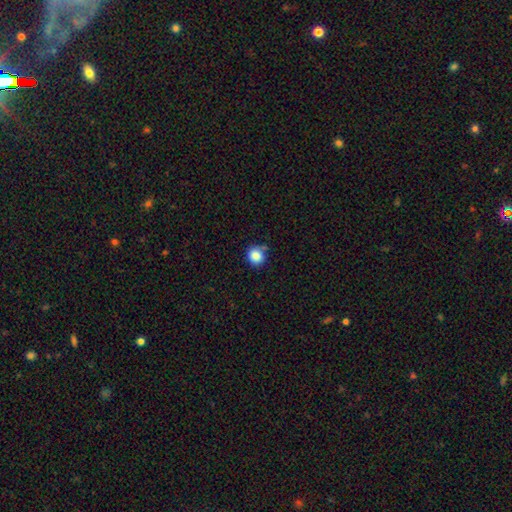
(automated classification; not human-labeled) This appears to be a smooth galaxy with no disk features (85%) that is round (90%). Merging: none (73%).